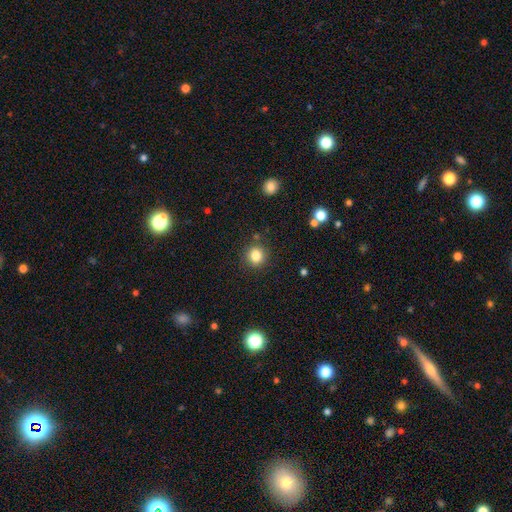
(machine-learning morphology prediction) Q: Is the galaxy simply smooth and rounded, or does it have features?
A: smooth — 83%.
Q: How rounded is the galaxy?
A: round — 87%.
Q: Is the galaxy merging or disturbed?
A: none — 87%.